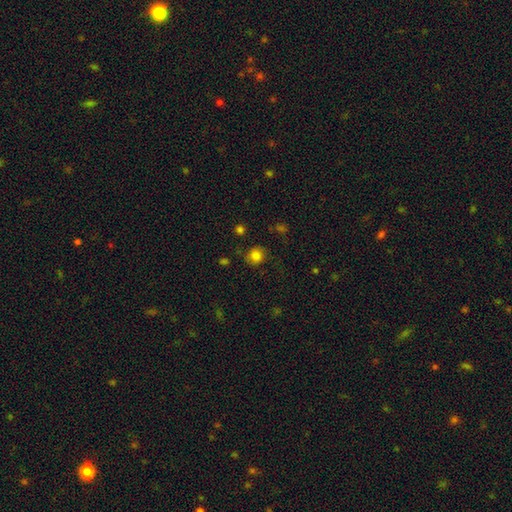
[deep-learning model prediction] Morphology: type=smooth (82%); roundness=round (84%); merging=none (79%).